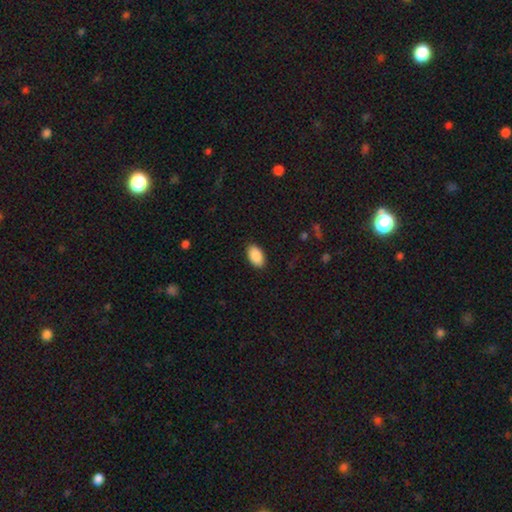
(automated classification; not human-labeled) This appears to be a smooth galaxy with no disk features (90%) that is in between round and cigar-shaped (95%). Merging: none (89%).